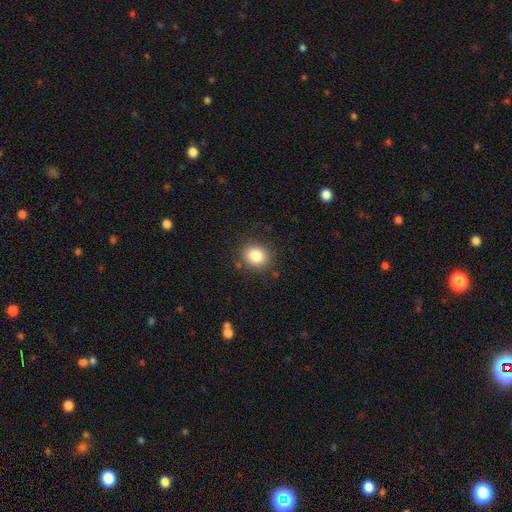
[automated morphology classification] Smooth or featured? Predicted: smooth (p=0.84). How rounded? Predicted: round (p=0.70). Merging? Predicted: none (p=0.85).